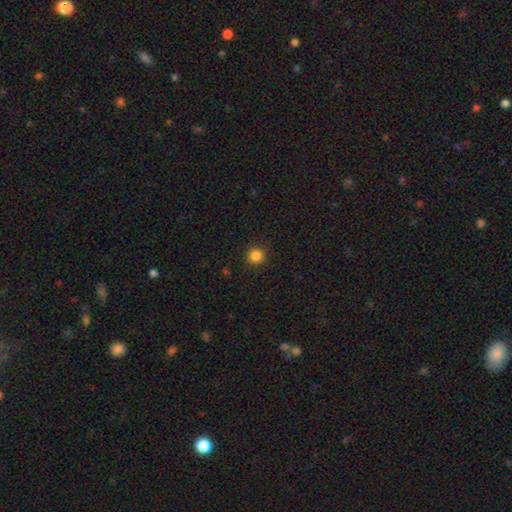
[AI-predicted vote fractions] Overall: smooth (85%). How rounded: round (94%). Merging: none (92%).